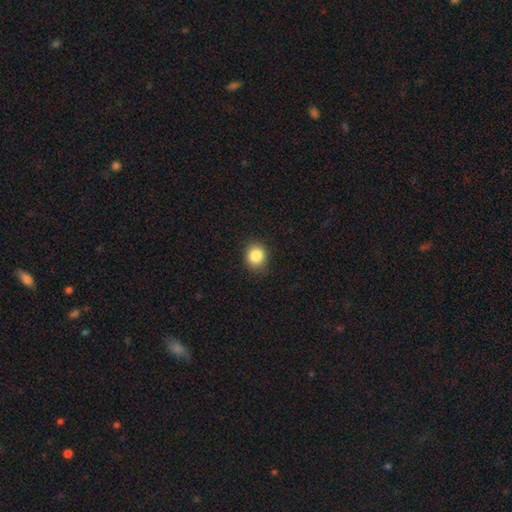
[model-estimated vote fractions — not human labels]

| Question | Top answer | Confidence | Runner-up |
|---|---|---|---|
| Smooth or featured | smooth | 86% | star or artifact (10%) |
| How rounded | round | 76% | in between (23%) |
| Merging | none | 86% | minor disturbance (11%) |